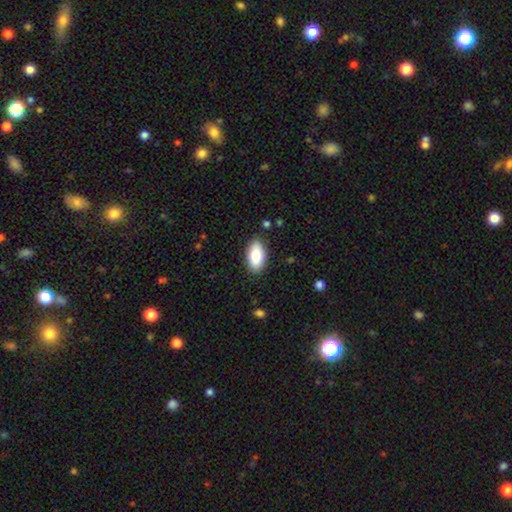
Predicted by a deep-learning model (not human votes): Overall: smooth (84%). How rounded: in between (93%). Merging: none (87%).